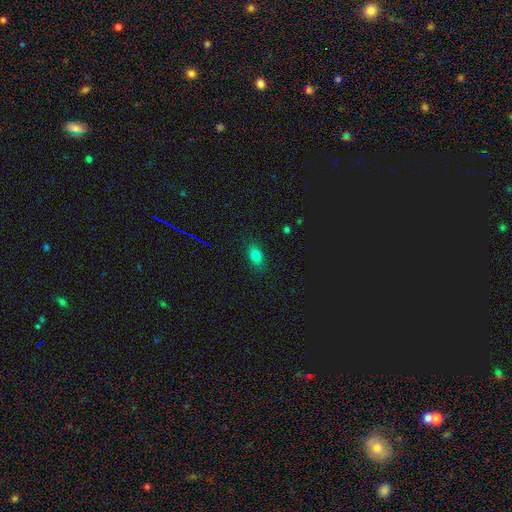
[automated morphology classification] smooth-or-featured: smooth: 76% | star or artifact: 15% | featured or disk: 9%
  how-rounded: in between: 79% | round: 16% | cigar-shaped: 6%
  merging: none: 85% | minor disturbance: 12% | major disturbance: 3% | merger: 1%